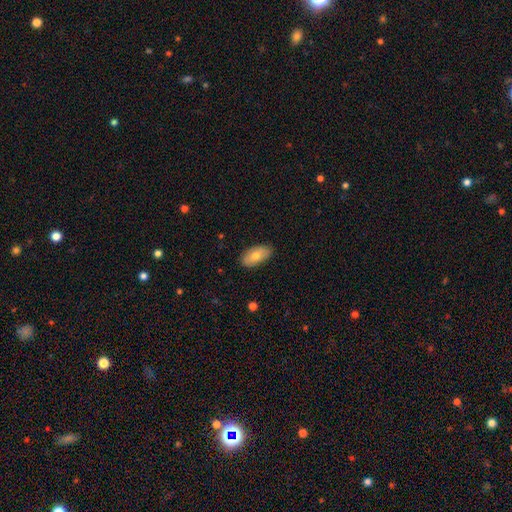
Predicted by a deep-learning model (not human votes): A smooth galaxy with no disk features (76%) that is in between round and cigar-shaped (93%). Merging: none (84%).